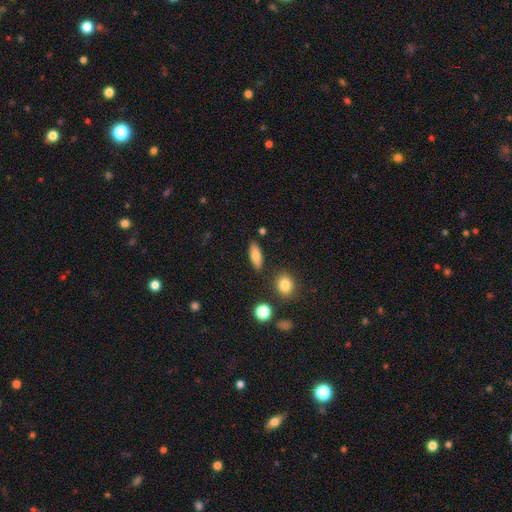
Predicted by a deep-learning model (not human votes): This appears to be a smooth galaxy with no disk features (78%) that is in between round and cigar-shaped (66%). Merging: none (84%).